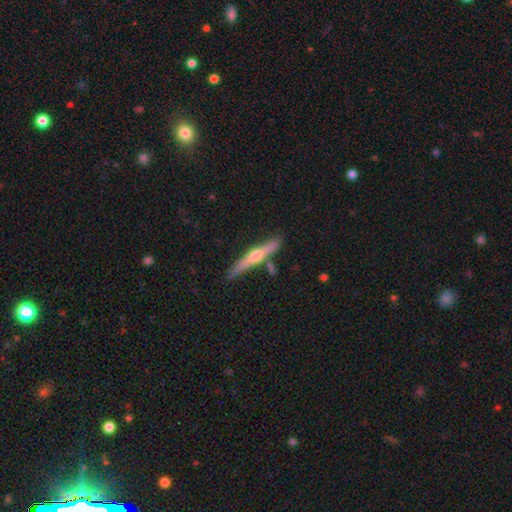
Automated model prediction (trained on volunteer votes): Q: Smooth or featured?
A: featured or disk (66%); runner-up: smooth (28%)
Q: Edge-on disk?
A: yes (97%); runner-up: no (3%)
Q: Edge-on bulge?
A: rounded (89%); runner-up: none (6%)
Q: Merging?
A: none (77%); runner-up: minor disturbance (13%)